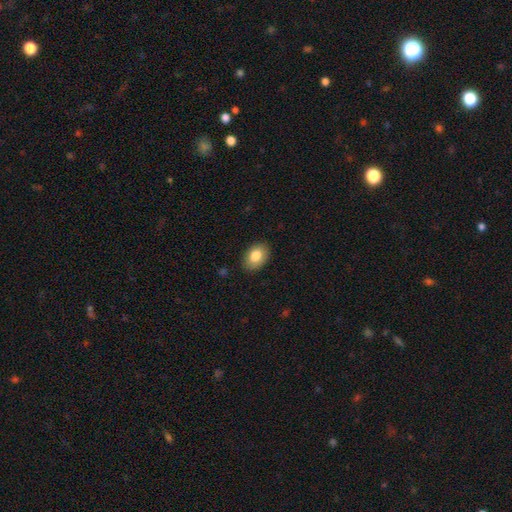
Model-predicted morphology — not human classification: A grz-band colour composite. It shows a smooth galaxy with no disk features (83%) that is in between round and cigar-shaped (79%). Merging: none (86%).